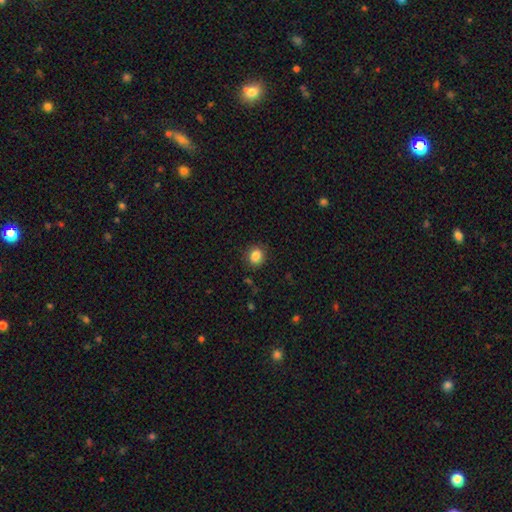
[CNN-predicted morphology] Smooth or featured?
  - smooth: 85% *
  - star or artifact: 10%
  - featured or disk: 5%
How rounded?
  - round: 70% *
  - in between: 29%
  - cigar-shaped: 1%
Merging?
  - none: 87% *
  - minor disturbance: 9%
  - major disturbance: 3%
  - merger: 1%